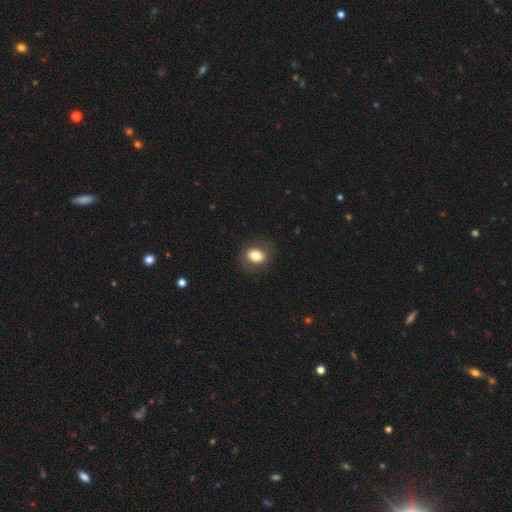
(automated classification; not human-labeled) Q: Smooth or featured?
A: smooth (78%); runner-up: featured or disk (14%)
Q: How rounded?
A: in between (59%); runner-up: round (40%)
Q: Merging?
A: none (83%); runner-up: minor disturbance (11%)